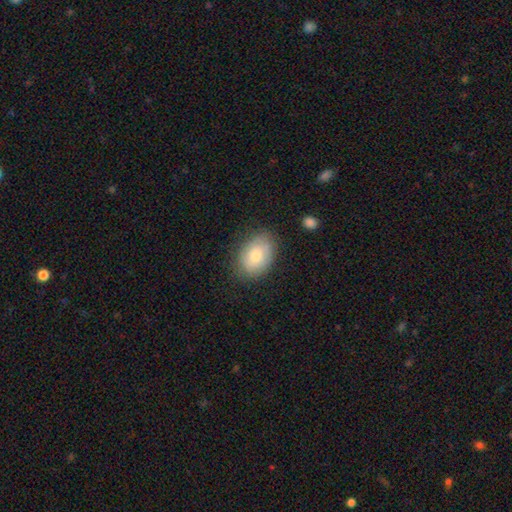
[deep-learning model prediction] A smooth galaxy with no disk features (76%) that is in between round and cigar-shaped (80%). Merging: none (80%).